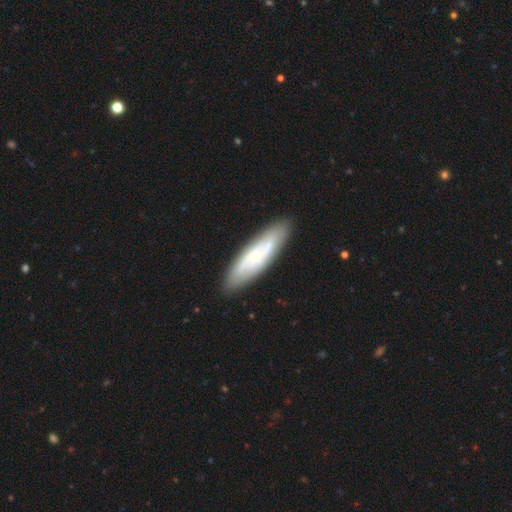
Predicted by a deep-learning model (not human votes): A featured or disk galaxy (59%).

Vote fractions:
- Smooth or featured? featured or disk: 59% / smooth: 35% / star or artifact: 6%
- Edge-on disk? no: 69% / yes: 31%
- Merging? none: 82% / minor disturbance: 12% / major disturbance: 3% / merger: 3%